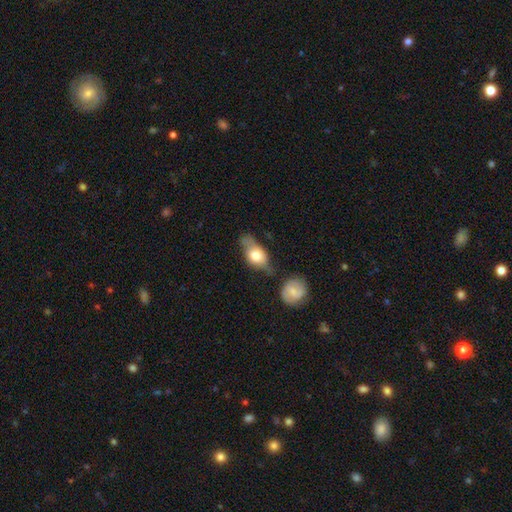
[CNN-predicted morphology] A smooth galaxy with no disk features (61%) that is in between round and cigar-shaped (77%). Merging: none (40%).